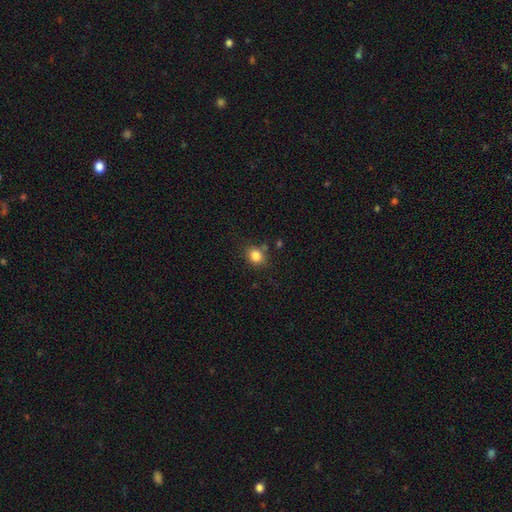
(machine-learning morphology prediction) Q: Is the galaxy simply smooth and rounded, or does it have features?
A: smooth — 83%.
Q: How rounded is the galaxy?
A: round — 62%.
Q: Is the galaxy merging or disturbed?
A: none — 76%.